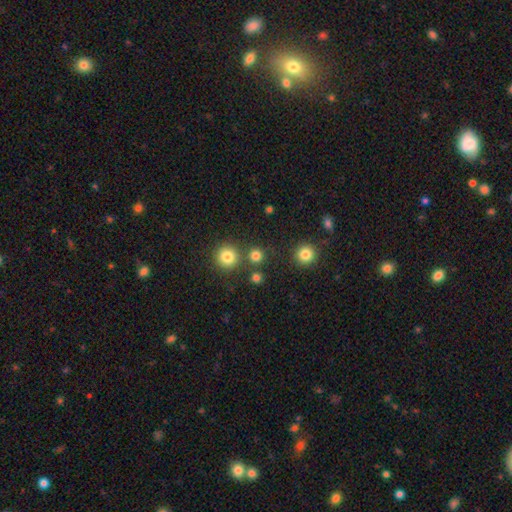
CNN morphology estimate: Smooth or featured? Predicted: smooth (p=0.80). How rounded? Predicted: round (p=0.92). Merging? Predicted: none (p=0.80).